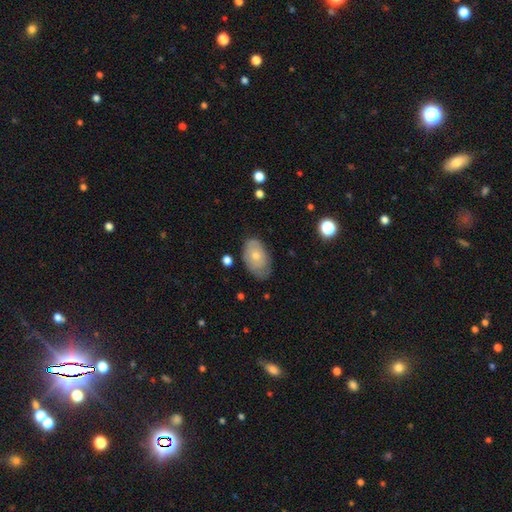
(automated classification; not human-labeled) Smooth or featured: smooth — 60% (featured or disk — 33%)
How rounded: in between — 89% (round — 10%)
Merging: none — 61% (minor disturbance — 29%)